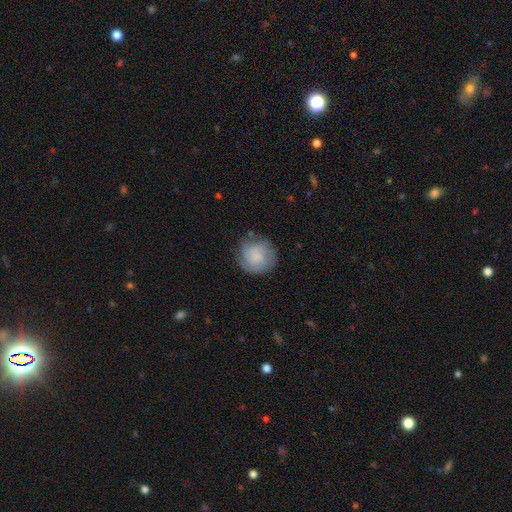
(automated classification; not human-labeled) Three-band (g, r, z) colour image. It shows a smooth galaxy with no disk features (70%) that is round (90%). Merging: none (70%).